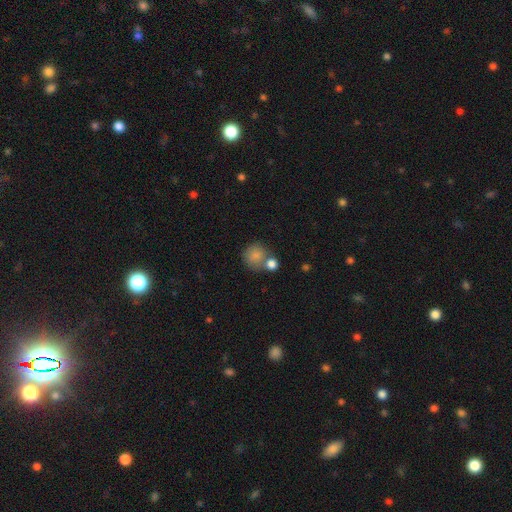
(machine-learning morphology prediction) This appears to be a smooth galaxy with no disk features (82%) that is round (86%). Merging: none (51%).